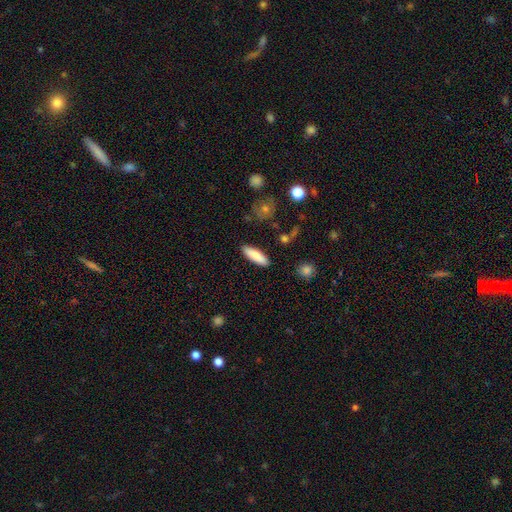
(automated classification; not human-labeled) smooth 82%, featured or disk 12%, star or artifact 6%. Down the decision tree: how rounded — cigar-shaped (51%); merging — none (88%).